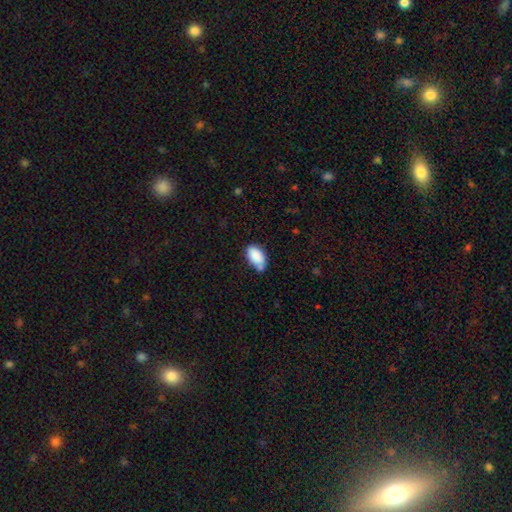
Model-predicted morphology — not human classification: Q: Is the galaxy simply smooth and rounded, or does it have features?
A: smooth — 86%.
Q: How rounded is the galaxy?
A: in between — 93%.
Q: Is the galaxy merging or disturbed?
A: none — 54%.